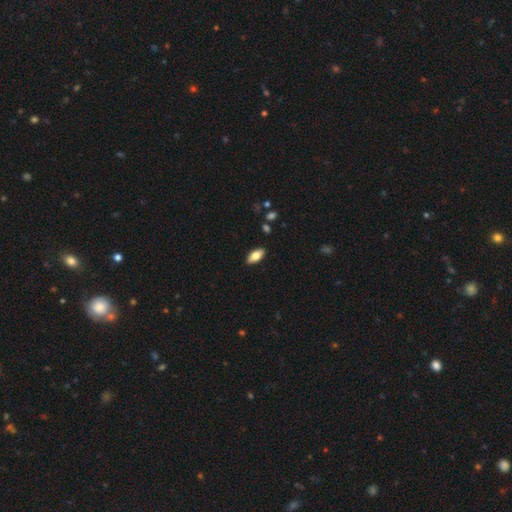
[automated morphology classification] The model was most divided on "smooth or featured": smooth: 74%, featured or disk: 19%, star or artifact: 7%. More confident: merging — none (89%); how rounded — in between (87%).